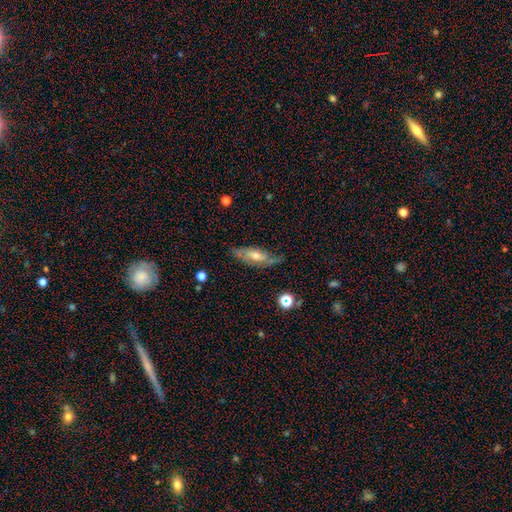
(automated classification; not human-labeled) Overall: featured or disk (57%; smooth 34%). Edge-on disk: no (69%; yes 31%). Merging: none (64%; minor disturbance 25%).